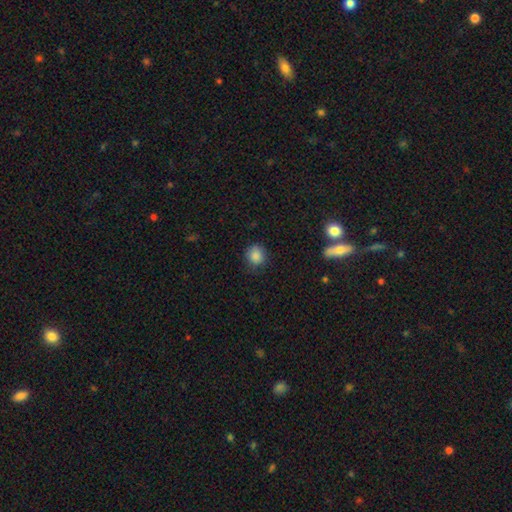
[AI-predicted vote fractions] This appears to be a smooth galaxy with no disk features (86%) that is round (81%). Merging: none (79%).